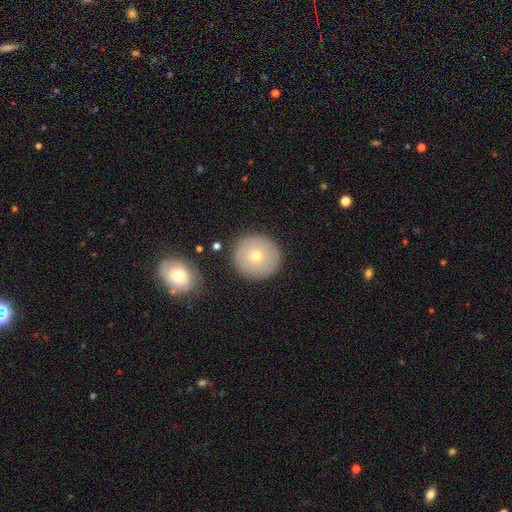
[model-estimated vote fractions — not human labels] Overall: smooth (69%). How rounded: round (94%). Merging: none (86%).